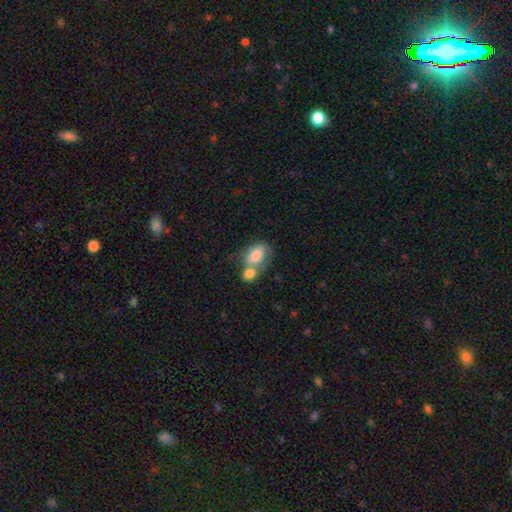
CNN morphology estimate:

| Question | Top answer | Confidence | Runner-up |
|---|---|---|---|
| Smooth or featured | smooth | 81% | featured or disk (11%) |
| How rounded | in between | 83% | round (16%) |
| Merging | merger | 56% | none (26%) |